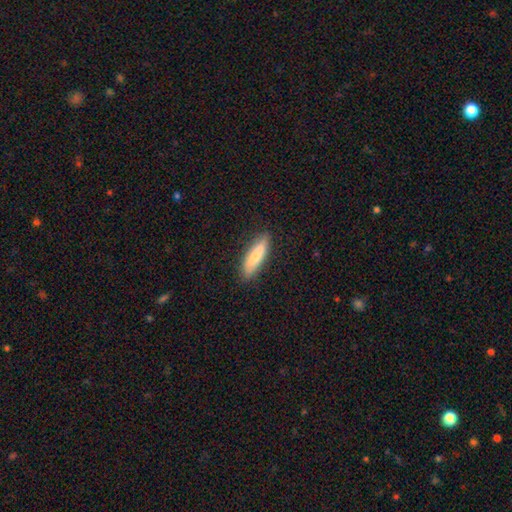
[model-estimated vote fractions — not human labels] Smooth or featured? smooth (76%)
How rounded? cigar-shaped (68%)
Merging? none (86%)